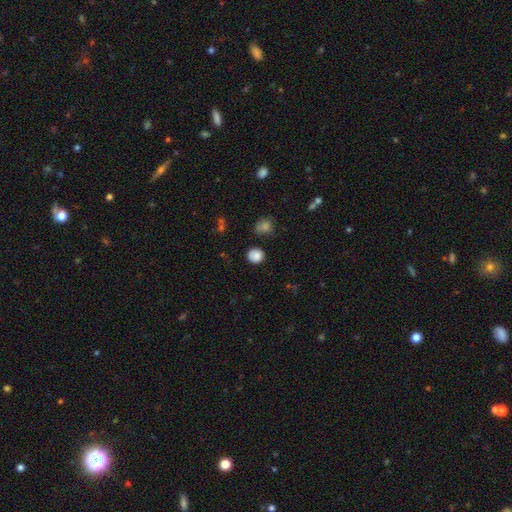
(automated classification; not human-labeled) Smooth or featured: smooth — 85% (star or artifact — 11%)
How rounded: round — 86% (in between — 13%)
Merging: none — 83% (minor disturbance — 11%)